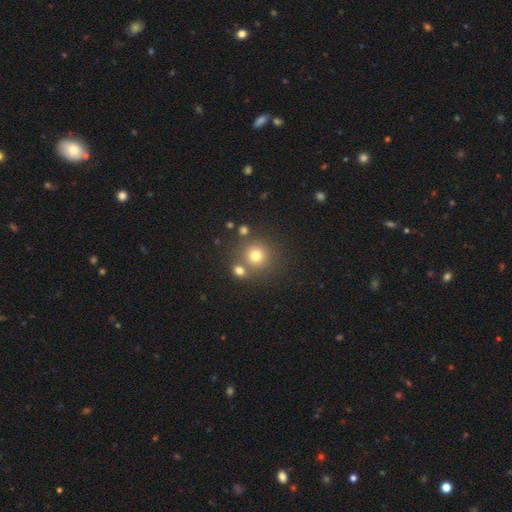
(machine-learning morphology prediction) The model was most divided on "merging": none: 69%, merger: 19%, minor disturbance: 8%, major disturbance: 3%. More confident: how rounded — round (91%); smooth or featured — smooth (75%).